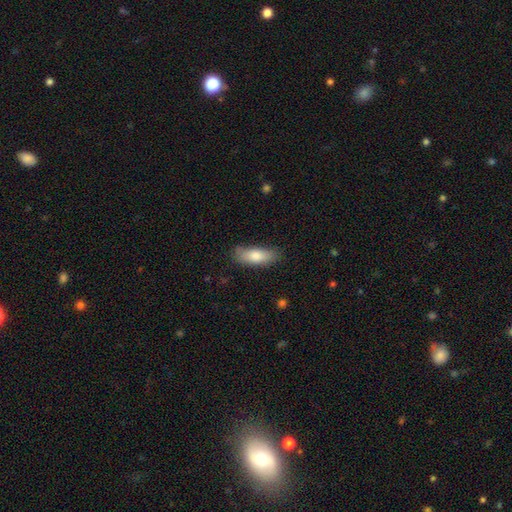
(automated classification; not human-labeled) A smooth galaxy with no disk features (79%) that is in between round and cigar-shaped (63%). Merging: none (79%).